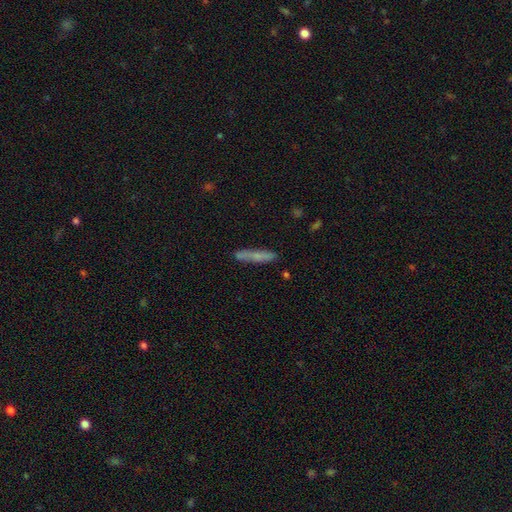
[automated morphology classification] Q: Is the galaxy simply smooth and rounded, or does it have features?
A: smooth — 66%.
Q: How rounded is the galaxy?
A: cigar-shaped — 92%.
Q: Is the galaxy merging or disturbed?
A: none — 80%.